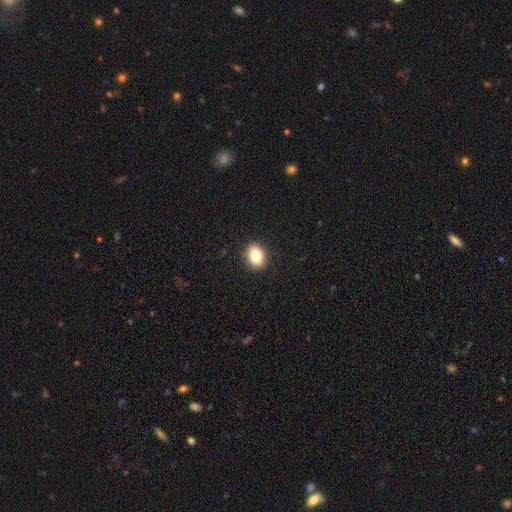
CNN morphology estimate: Q: Smooth or featured?
A: smooth (84%); runner-up: star or artifact (9%)
Q: How rounded?
A: in between (67%); runner-up: round (32%)
Q: Merging?
A: none (91%); runner-up: minor disturbance (7%)